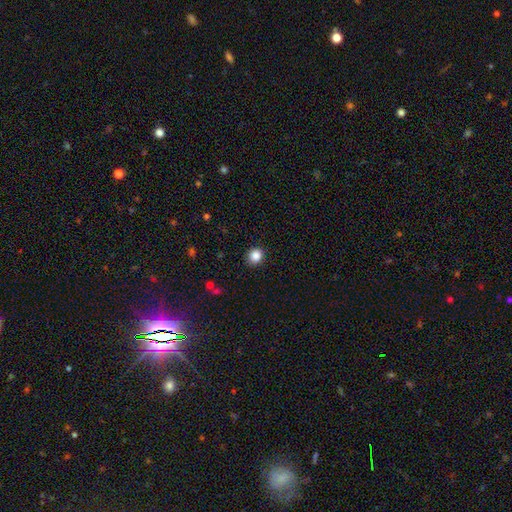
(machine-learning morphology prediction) type=smooth (86%); roundness=round (81%); merging=none (89%).